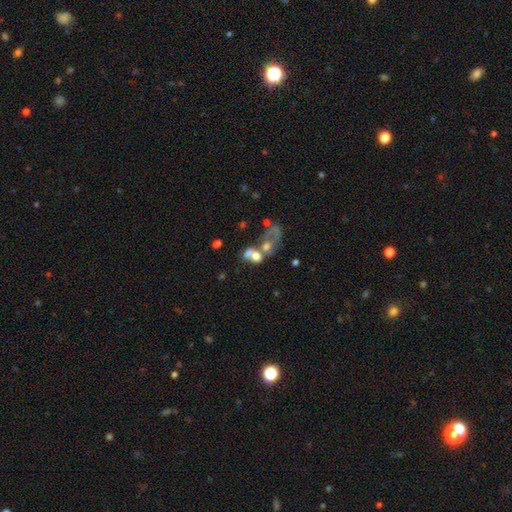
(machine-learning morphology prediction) smooth-or-featured: smooth: 46% | featured or disk: 38% | star or artifact: 16%
  merging: merger: 62% | major disturbance: 17% | none: 15% | minor disturbance: 7%